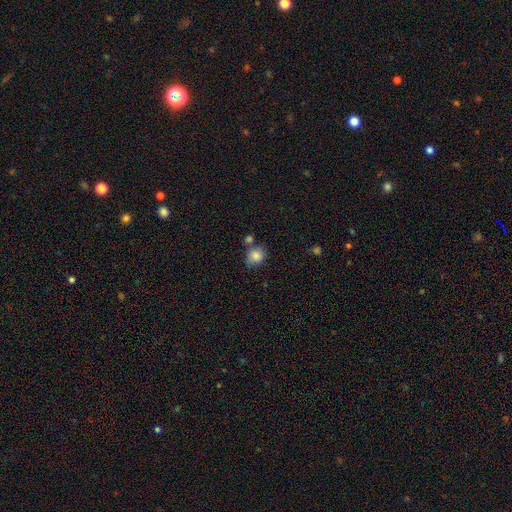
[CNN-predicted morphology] Overall: smooth (84%). How rounded: round (73%). Merging: none (62%).